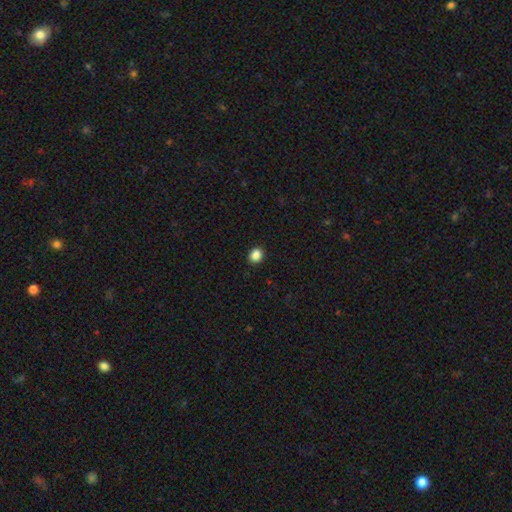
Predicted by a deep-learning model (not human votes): smooth 87%, star or artifact 10%, featured or disk 3%. Down the decision tree: how rounded — round (67%); merging — none (91%).